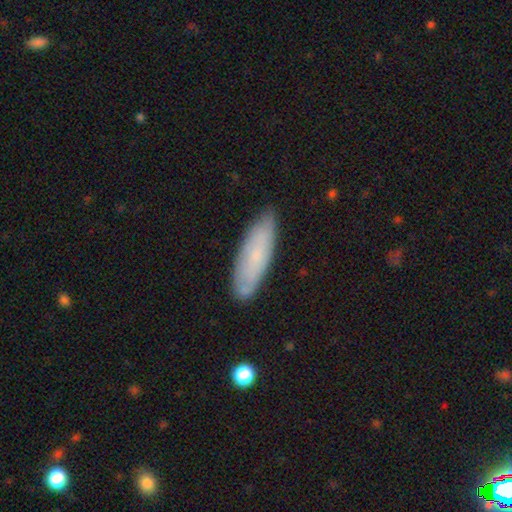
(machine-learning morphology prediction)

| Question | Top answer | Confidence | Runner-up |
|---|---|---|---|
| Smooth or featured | smooth | 64% | featured or disk (29%) |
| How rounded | cigar-shaped | 54% | in between (44%) |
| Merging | none | 81% | minor disturbance (14%) |